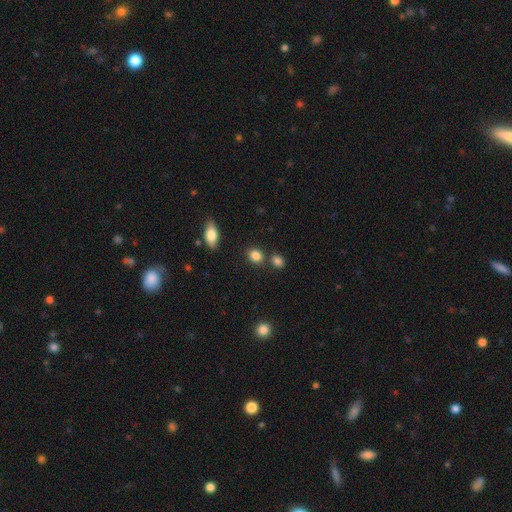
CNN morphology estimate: This is clearly a smooth galaxy (84%). How rounded: possibly round (55%). Merging: likely none (72%).